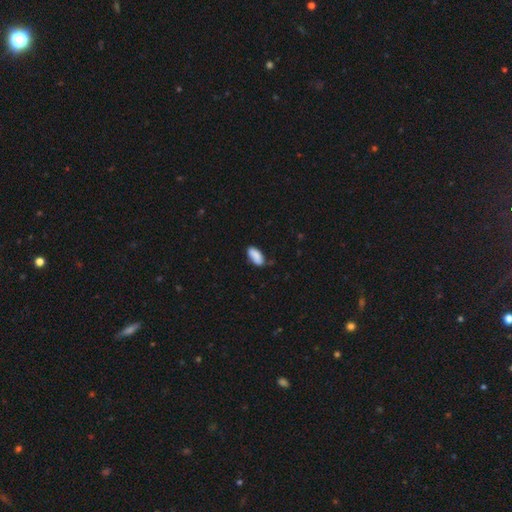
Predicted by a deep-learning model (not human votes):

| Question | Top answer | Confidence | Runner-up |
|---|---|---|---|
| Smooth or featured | smooth | 86% | featured or disk (7%) |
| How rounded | in between | 89% | cigar-shaped (8%) |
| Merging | none | 74% | minor disturbance (20%) |